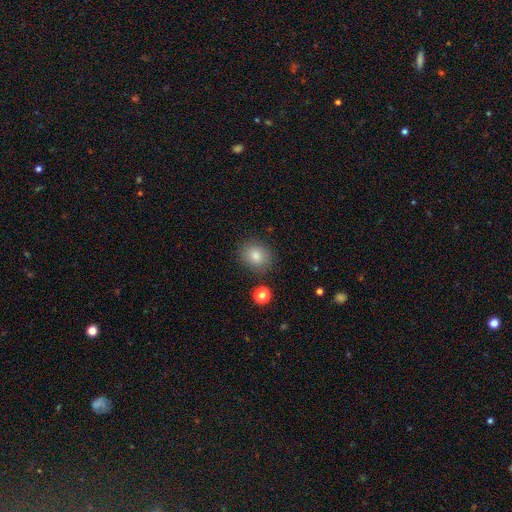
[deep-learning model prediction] Smooth or featured? Predicted: smooth (p=0.80). How rounded? Predicted: round (p=0.64). Merging? Predicted: none (p=0.86).